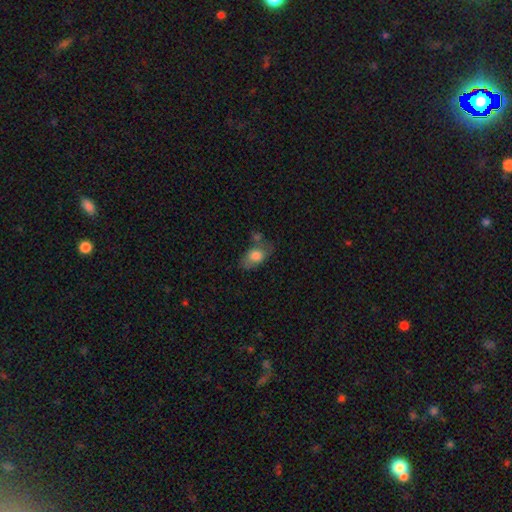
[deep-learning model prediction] Smooth or featured: smooth — 76% (featured or disk — 16%)
How rounded: in between — 84% (round — 14%)
Merging: none — 46% (minor disturbance — 25%)